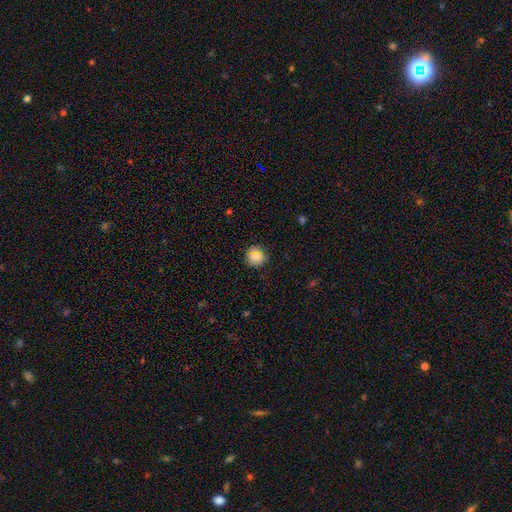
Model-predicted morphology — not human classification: smooth_or_featured: smooth (p=0.83) [alt: star or artifact p=0.09]
how_rounded: round (p=0.91) [alt: in between p=0.08]
merging: none (p=0.87) [alt: minor disturbance p=0.10]